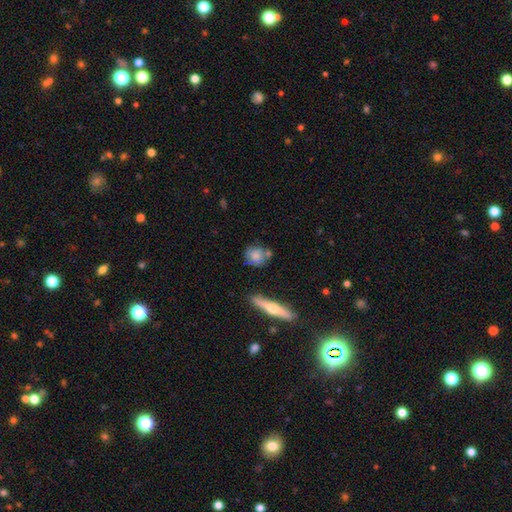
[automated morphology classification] type=smooth (65%); roundness=round (68%); merging=none (61%).